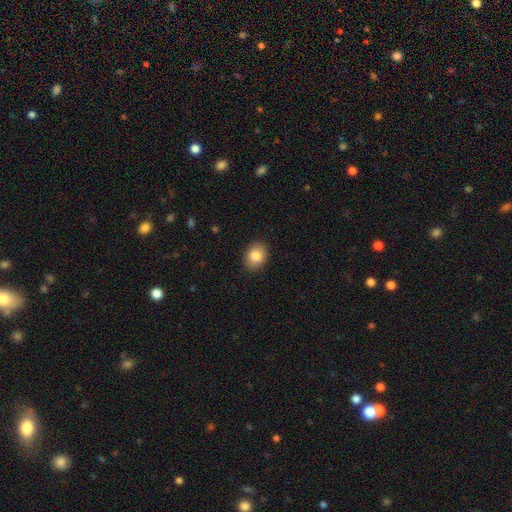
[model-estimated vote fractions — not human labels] smooth 85%, star or artifact 9%, featured or disk 7%. Down the decision tree: how rounded — in between (53%); merging — none (89%).